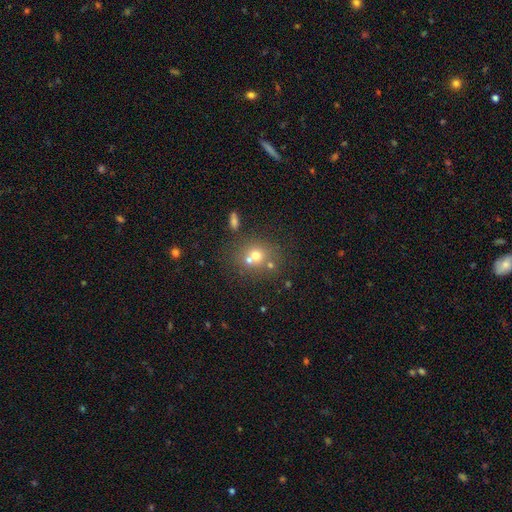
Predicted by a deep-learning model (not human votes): Smooth or featured: smooth — 64% (featured or disk — 20%)
How rounded: round — 80% (in between — 19%)
Merging: none — 51% (merger — 35%)